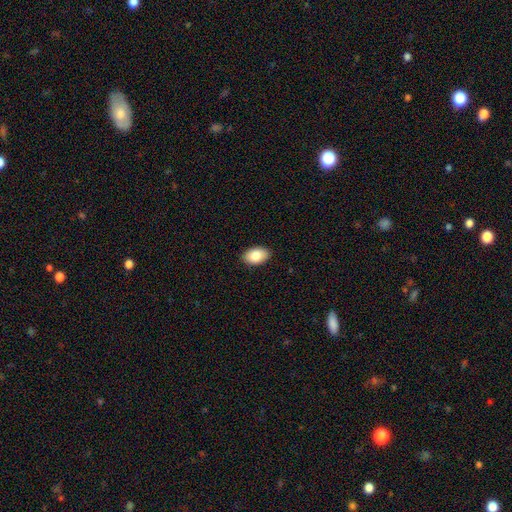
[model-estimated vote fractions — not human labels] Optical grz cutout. It shows a smooth galaxy with no disk features (85%) that is in between round and cigar-shaped (91%). Merging: none (89%).